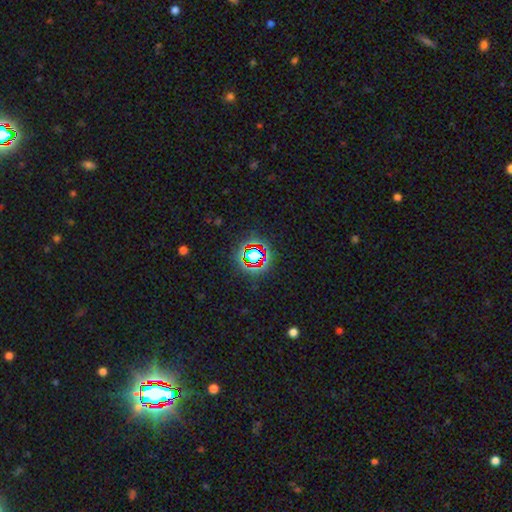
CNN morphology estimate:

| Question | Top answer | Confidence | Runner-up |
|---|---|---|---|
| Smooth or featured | star or artifact | 69% | smooth (19%) |